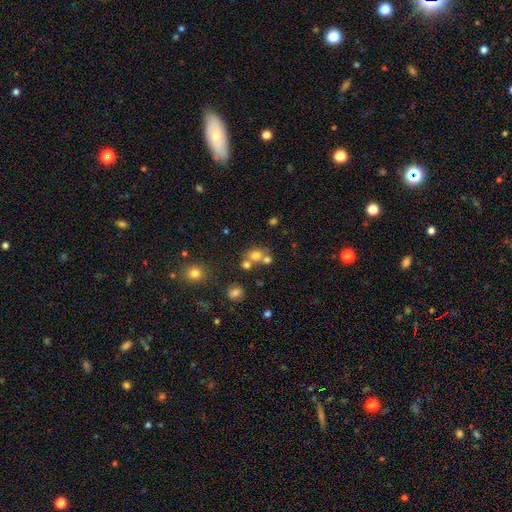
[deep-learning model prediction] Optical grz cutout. It shows a smooth galaxy with no disk features (69%) that is round (79%). Merging: none (45%).